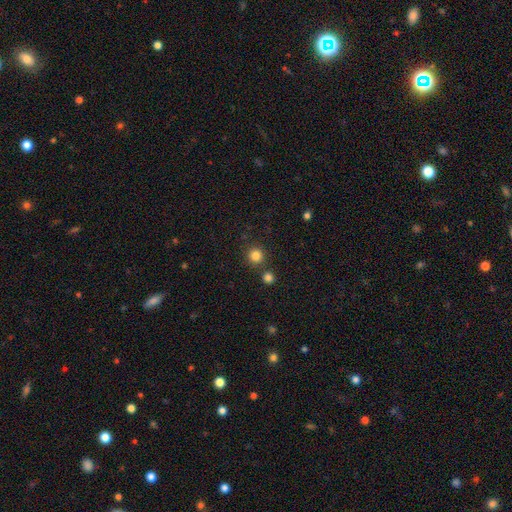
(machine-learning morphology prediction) This is clearly a smooth galaxy (83%). How rounded: clearly round (94%). Merging: clearly none (81%).